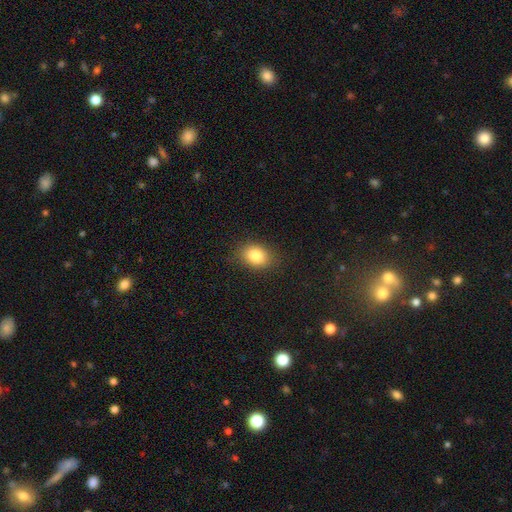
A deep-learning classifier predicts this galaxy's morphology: type=smooth (84%); roundness=in between (67%); merging=none (84%).